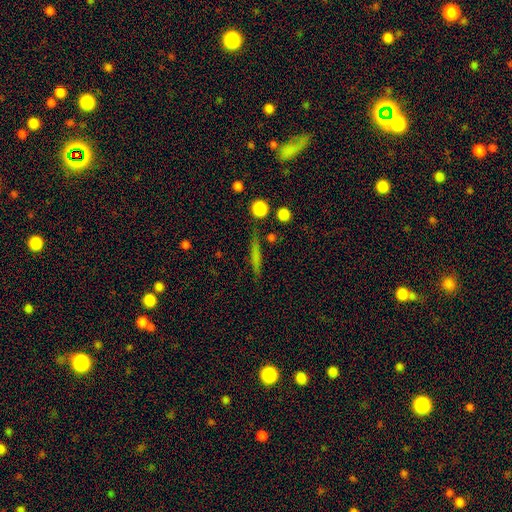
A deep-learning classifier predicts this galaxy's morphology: This is possibly a smooth galaxy (59%). How rounded: clearly cigar-shaped (88%). Merging: clearly none (82%).